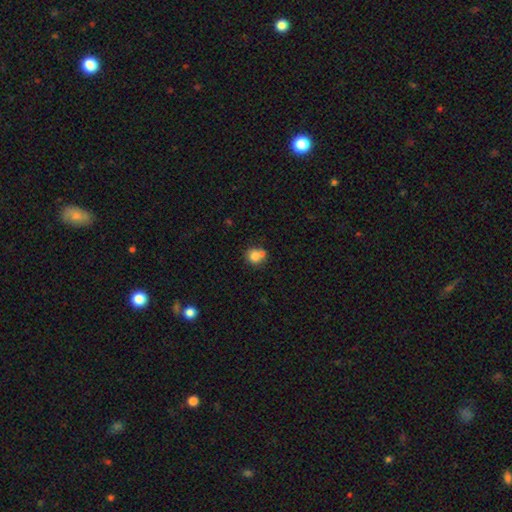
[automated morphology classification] type=smooth (76%); roundness=round (78%); merging=none (44%).